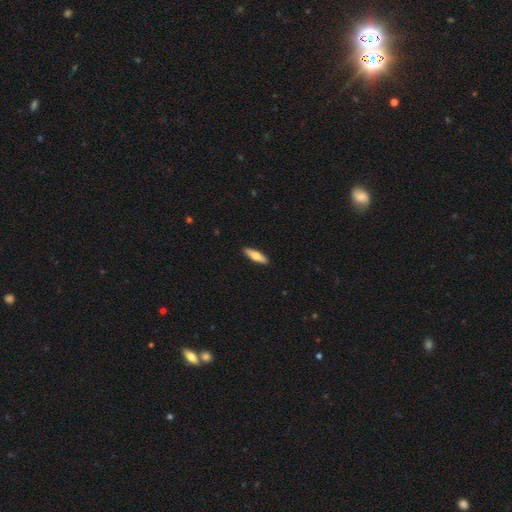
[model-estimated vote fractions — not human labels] smooth 53%, featured or disk 41%, star or artifact 5%. Down the decision tree: how rounded — cigar-shaped (65%); merging — none (91%).